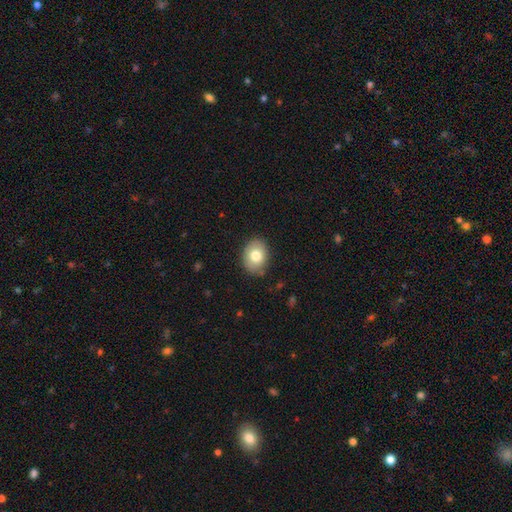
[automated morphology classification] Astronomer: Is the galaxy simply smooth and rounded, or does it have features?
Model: smooth — 77%.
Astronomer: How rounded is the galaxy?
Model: in between — 65%.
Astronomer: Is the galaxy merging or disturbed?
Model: none — 84%.